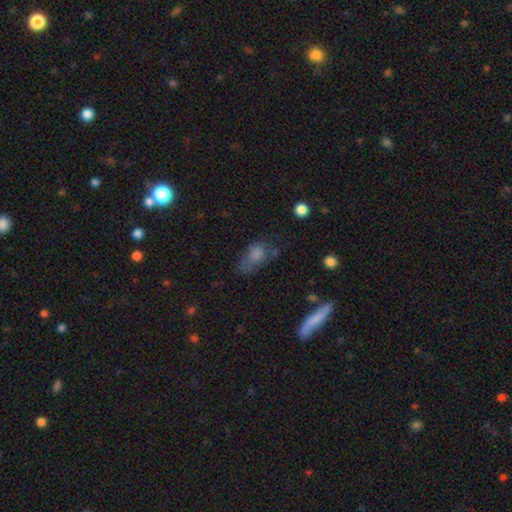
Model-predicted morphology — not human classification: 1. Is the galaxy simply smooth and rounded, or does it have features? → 66% smooth, 20% featured or disk, 14% star or artifact.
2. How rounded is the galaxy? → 73% in between, 16% round, 11% cigar-shaped.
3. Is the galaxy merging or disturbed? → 44% none, 29% minor disturbance, 21% major disturbance, 6% merger.